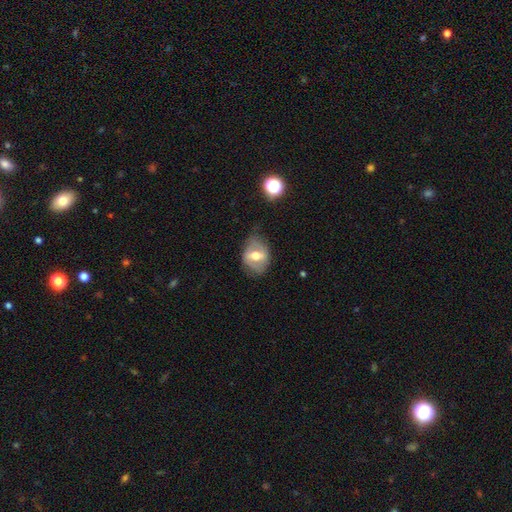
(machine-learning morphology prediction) smooth_or_featured: featured or disk (p=0.57) [alt: smooth p=0.35]
disk_edge_on: no (p=0.90) [alt: yes p=0.10]
bar: strong (p=0.47) [alt: weak p=0.37]
has_spiral_arms: no (p=0.56) [alt: yes p=0.44]
bulge_size: moderate (p=0.69) [alt: large p=0.16]
merging: none (p=0.61) [alt: minor disturbance p=0.26]